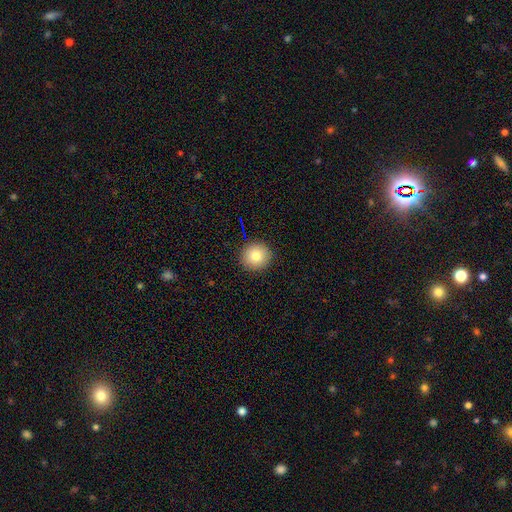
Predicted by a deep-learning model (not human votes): Q: Smooth or featured?
A: smooth (82%); runner-up: star or artifact (10%)
Q: How rounded?
A: round (93%); runner-up: in between (6%)
Q: Merging?
A: none (92%); runner-up: minor disturbance (6%)